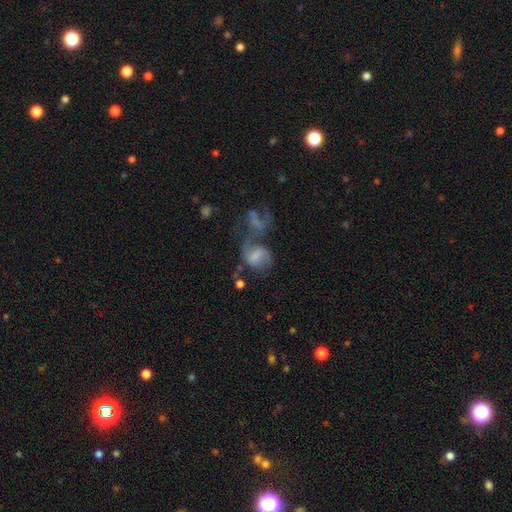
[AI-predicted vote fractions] This is possibly a featured or disk galaxy (51%). It is clearly not viewed edge-on (97%). Merging: possibly merger (47%).